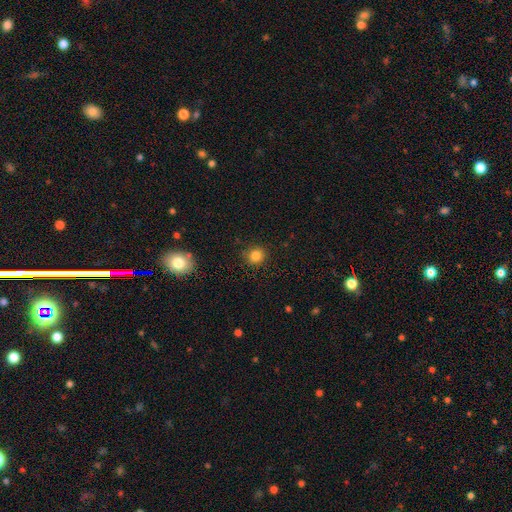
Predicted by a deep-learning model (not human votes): Smooth or featured? Predicted: smooth (p=0.84). How rounded? Predicted: round (p=0.88). Merging? Predicted: none (p=0.88).